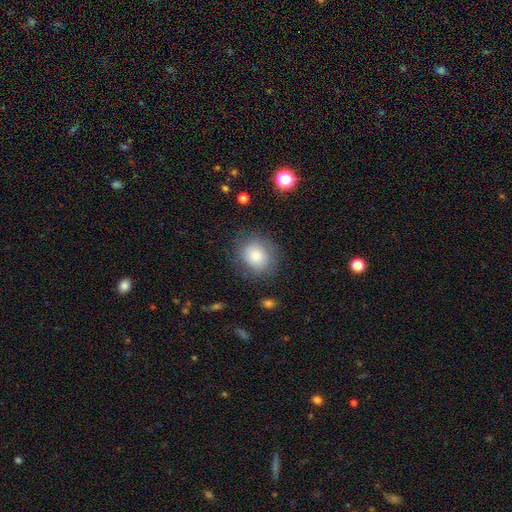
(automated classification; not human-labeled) A smooth galaxy with no disk features (80%) that is round (75%). Merging: none (77%).